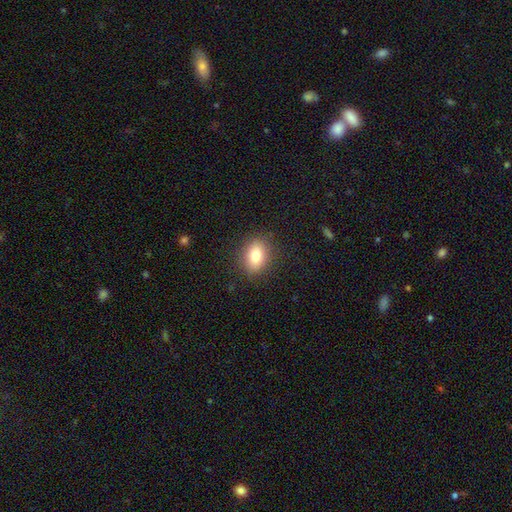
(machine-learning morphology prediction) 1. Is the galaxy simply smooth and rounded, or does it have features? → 80% smooth, 10% featured or disk, 9% star or artifact.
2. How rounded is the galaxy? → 70% in between, 28% round, 2% cigar-shaped.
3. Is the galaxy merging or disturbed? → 87% none, 9% minor disturbance, 3% major disturbance, 1% merger.